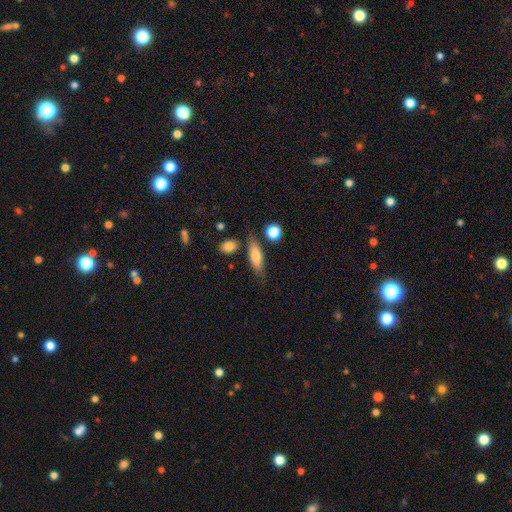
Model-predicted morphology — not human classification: Overall: smooth (75%). How rounded: in between (54%; cigar-shaped 42%). Merging: none (74%).